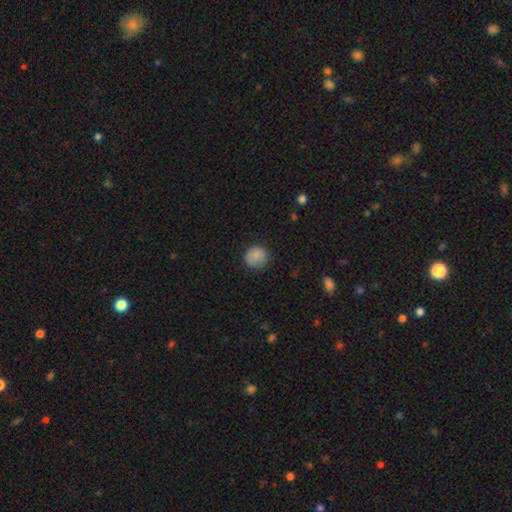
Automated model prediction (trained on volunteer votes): The model was most divided on "merging": none: 82%, minor disturbance: 14%, major disturbance: 3%, merger: 1%. More confident: how rounded — round (90%); smooth or featured — smooth (85%).